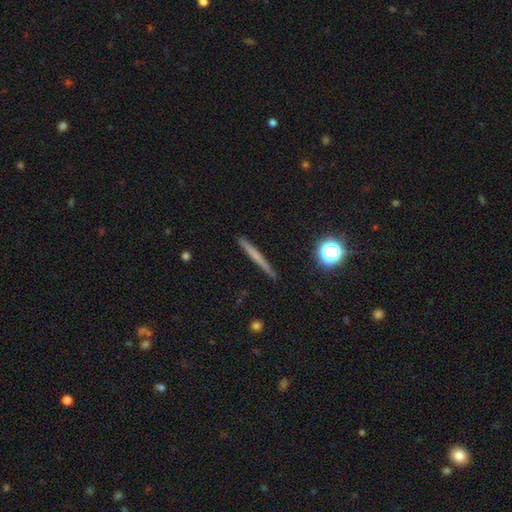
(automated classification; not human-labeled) Smooth or featured? Predicted: smooth (p=0.46). Merging? Predicted: none (p=0.90).